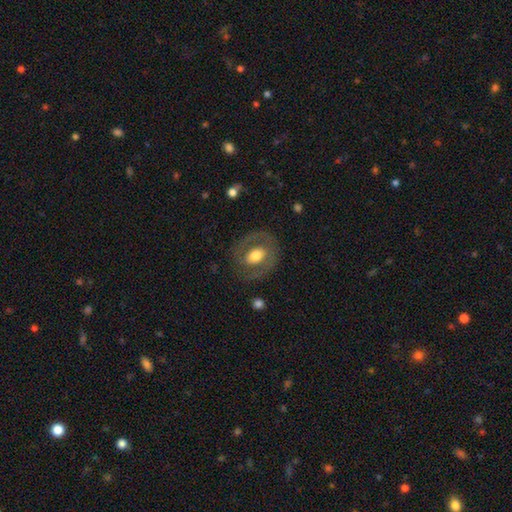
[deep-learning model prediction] Smooth or featured: featured or disk — 51% (smooth — 42%)
Edge-on disk: no — 94% (yes — 6%)
Merging: none — 76% (minor disturbance — 13%)